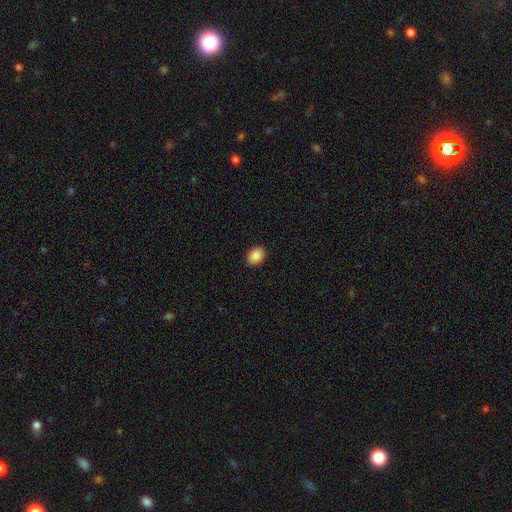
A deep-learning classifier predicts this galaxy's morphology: This appears to be a smooth galaxy with no disk features (89%) that is in between round and cigar-shaped (69%). Merging: none (90%).